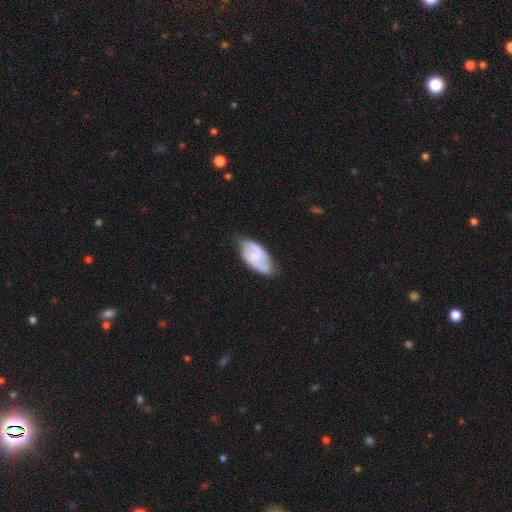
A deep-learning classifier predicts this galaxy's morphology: Smooth or featured? featured or disk (57%)
Edge-on disk? no (95%)
Bar? no (48%)
Spiral arms? yes (84%)
Bulge size? small (38%)
Merging? none (59%)